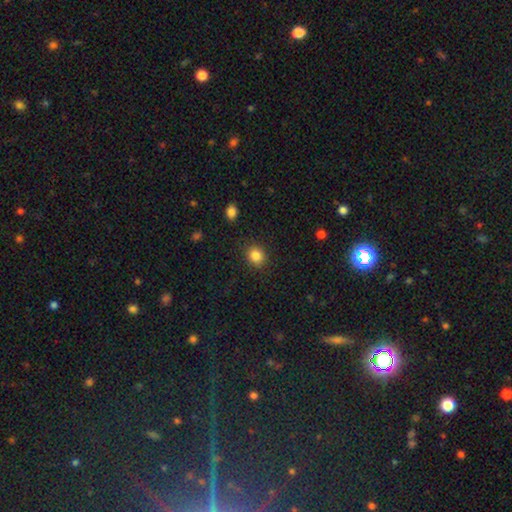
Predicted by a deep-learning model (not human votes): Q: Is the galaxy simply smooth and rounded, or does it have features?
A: smooth — 85%.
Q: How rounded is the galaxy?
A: round — 75%.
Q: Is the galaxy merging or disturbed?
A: none — 88%.